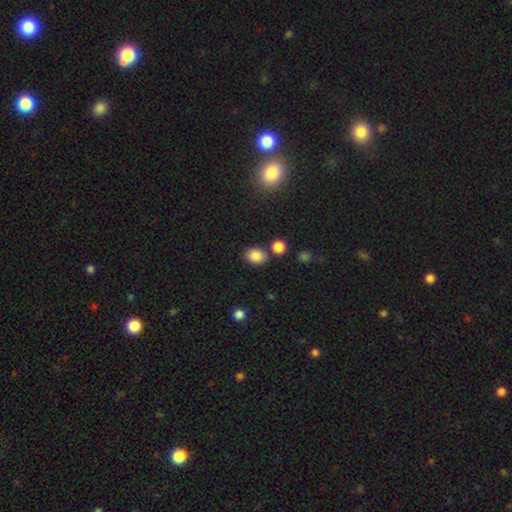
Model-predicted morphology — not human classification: This appears to be a smooth galaxy with no disk features (84%) that is in between round and cigar-shaped (63%). Merging: none (75%).